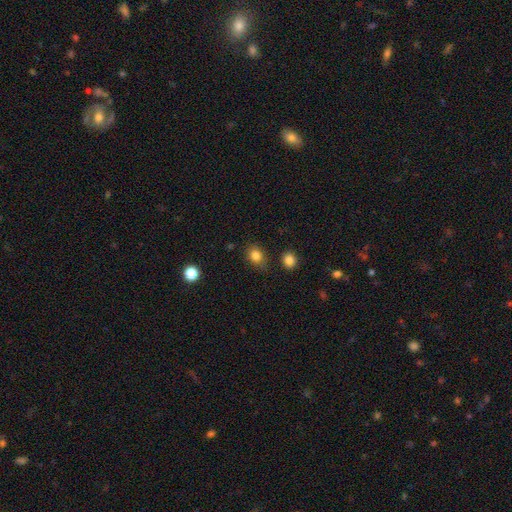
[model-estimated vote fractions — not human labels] Smooth or featured: smooth — 83% (star or artifact — 11%)
How rounded: round — 53% (in between — 46%)
Merging: none — 78% (minor disturbance — 15%)